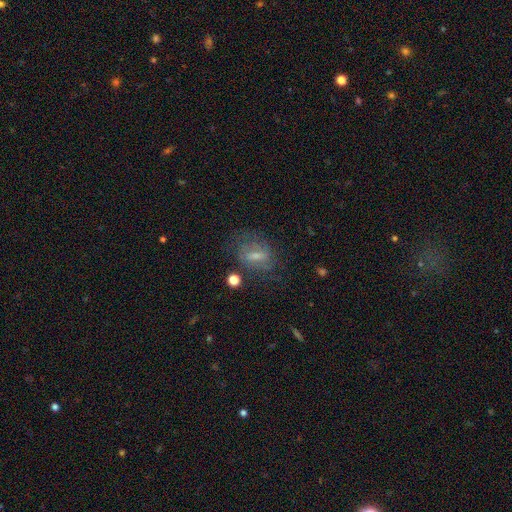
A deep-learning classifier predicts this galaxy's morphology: featured or disk 53%, smooth 33%, star or artifact 14%. Down the decision tree: edge-on disk — no (91%); merging — none (61%).